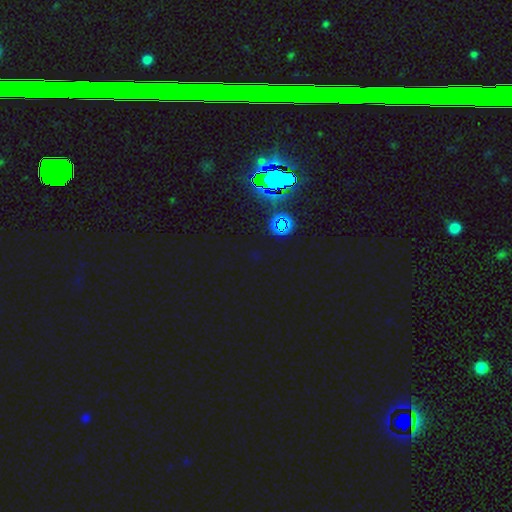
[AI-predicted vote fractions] smooth-or-featured: star or artifact: 83% | smooth: 10% | featured or disk: 7%